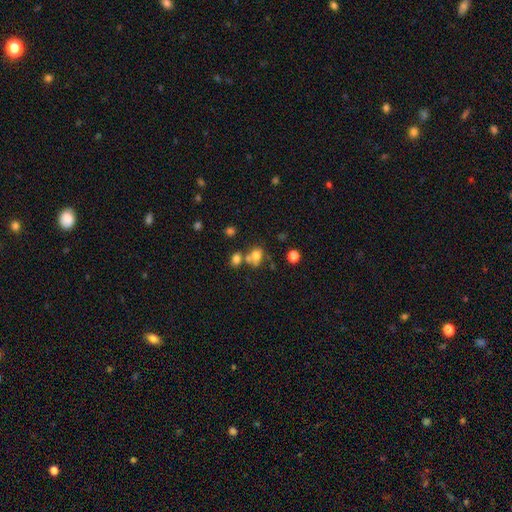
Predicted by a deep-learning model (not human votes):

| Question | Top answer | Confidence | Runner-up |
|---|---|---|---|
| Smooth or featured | smooth | 68% | featured or disk (17%) |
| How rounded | in between | 59% | round (39%) |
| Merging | merger | 41% | none (38%) |